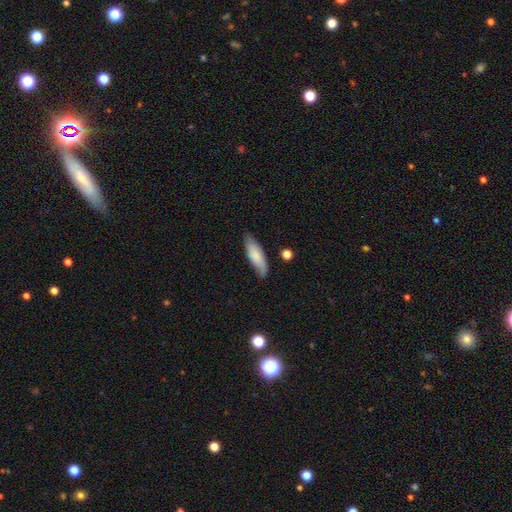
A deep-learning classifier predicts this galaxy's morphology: Smooth or featured? Predicted: smooth (p=0.77). How rounded? Predicted: in between (p=0.50). Merging? Predicted: none (p=0.77).